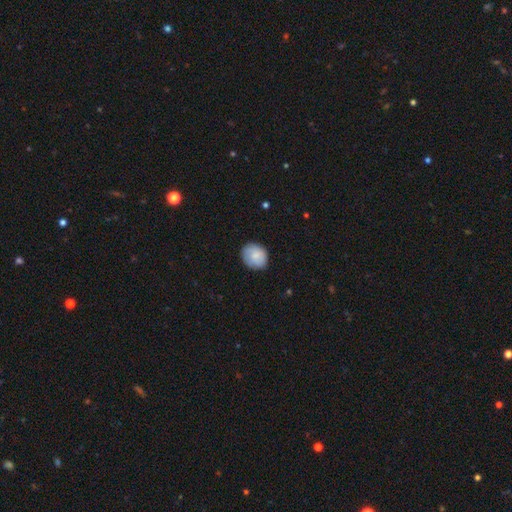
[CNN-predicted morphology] smooth-or-featured: smooth: 83% | featured or disk: 11% | star or artifact: 7%
  how-rounded: round: 64% | in between: 35% | cigar-shaped: 1%
  merging: none: 81% | minor disturbance: 15% | major disturbance: 3% | merger: 1%